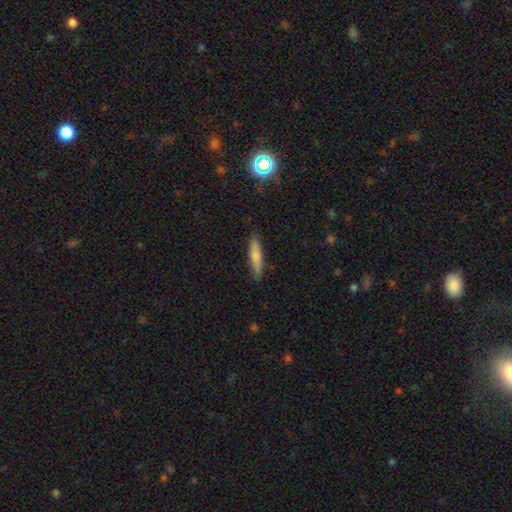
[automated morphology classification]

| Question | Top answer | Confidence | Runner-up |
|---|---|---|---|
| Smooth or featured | smooth | 72% | featured or disk (22%) |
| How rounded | cigar-shaped | 80% | in between (19%) |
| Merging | none | 84% | minor disturbance (13%) |